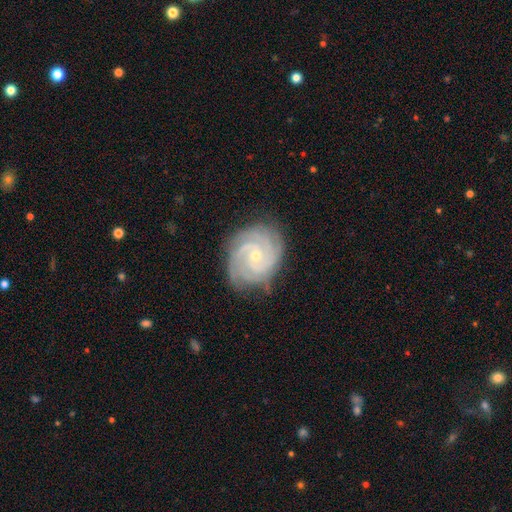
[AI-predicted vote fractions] Overall: featured or disk (90%). Edge-on disk: no (98%). Bar: no (67%). Spiral arms: yes (98%). Spiral arm count: 3 (34%; 4 22%). Spiral winding: tight (77%). Bulge size: small (66%; moderate 31%). Merging: none (80%).